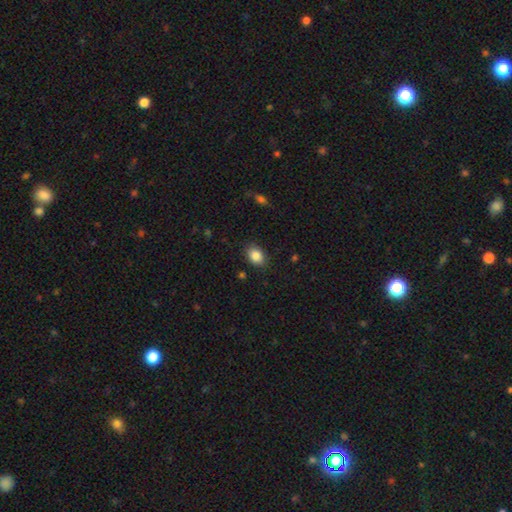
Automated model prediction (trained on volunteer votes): smooth-or-featured: smooth: 86% | star or artifact: 9% | featured or disk: 5%
  how-rounded: in between: 69% | round: 30% | cigar-shaped: 1%
  merging: none: 85% | minor disturbance: 11% | major disturbance: 3% | merger: 1%